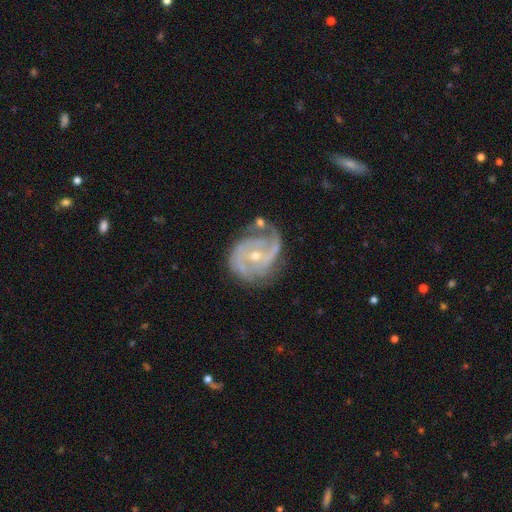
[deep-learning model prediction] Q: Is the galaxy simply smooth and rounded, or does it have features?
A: featured or disk — 87%.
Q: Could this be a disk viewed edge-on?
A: no — 97%.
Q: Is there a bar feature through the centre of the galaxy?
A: no — 57%.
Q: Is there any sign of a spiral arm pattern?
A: yes — 95%.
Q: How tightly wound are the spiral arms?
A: medium — 44%.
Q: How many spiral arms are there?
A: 2 — 57%.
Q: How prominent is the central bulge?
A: small — 59%.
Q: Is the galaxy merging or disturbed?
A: none — 55%.